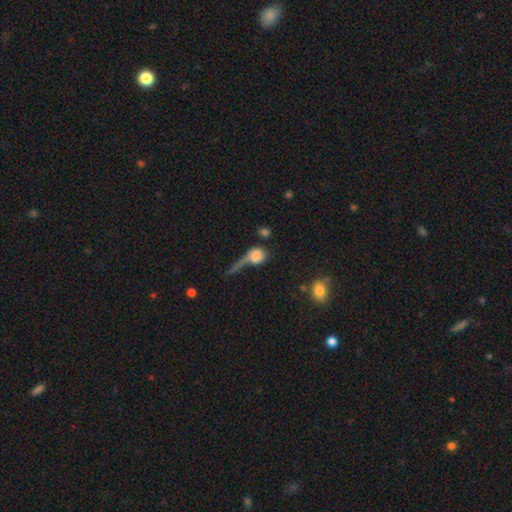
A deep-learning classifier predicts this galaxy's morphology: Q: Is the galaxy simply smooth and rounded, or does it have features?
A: smooth — 70%.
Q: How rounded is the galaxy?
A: round — 64%.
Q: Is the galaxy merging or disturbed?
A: major disturbance — 36%.